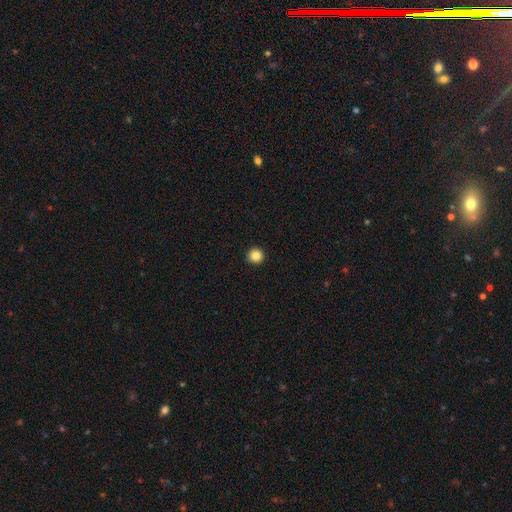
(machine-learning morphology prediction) The model was most divided on "smooth or featured": smooth: 86%, star or artifact: 11%, featured or disk: 4%. More confident: how rounded — round (96%); merging — none (94%).